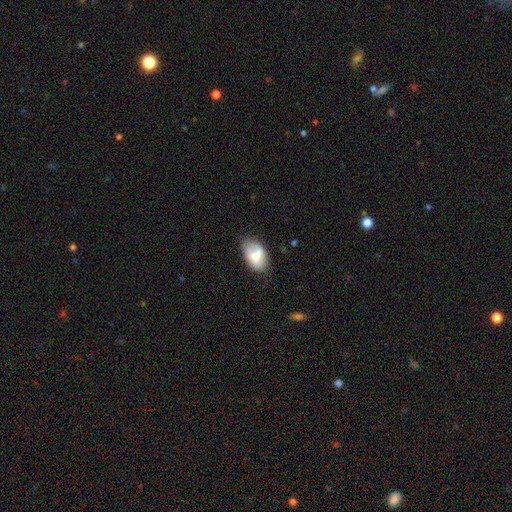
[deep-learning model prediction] smooth_or_featured: smooth (p=0.66) [alt: featured or disk p=0.26]
how_rounded: in between (p=0.92) [alt: round p=0.06]
merging: none (p=0.57) [alt: minor disturbance p=0.29]